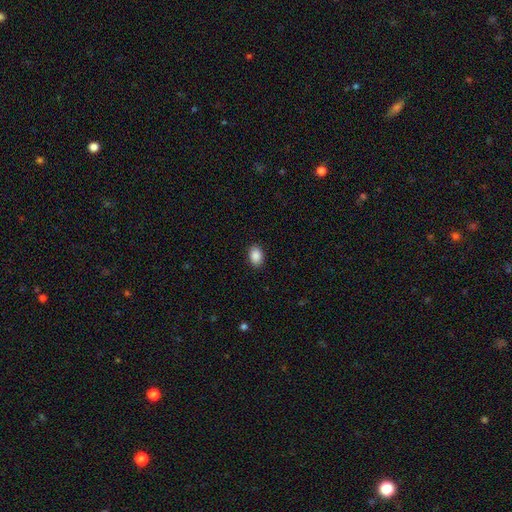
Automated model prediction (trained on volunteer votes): Q: Smooth or featured?
A: smooth (89%); runner-up: star or artifact (8%)
Q: How rounded?
A: in between (80%); runner-up: round (19%)
Q: Merging?
A: none (89%); runner-up: minor disturbance (8%)